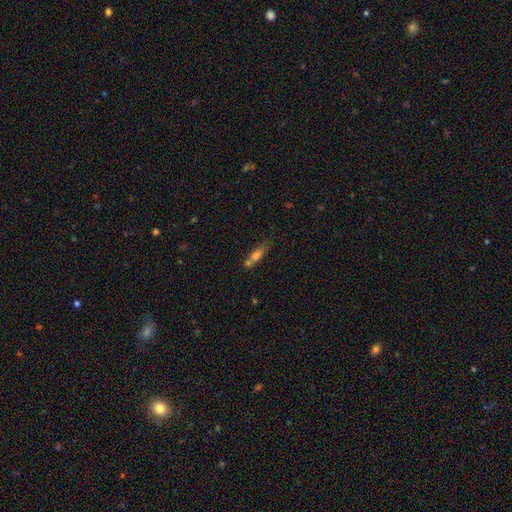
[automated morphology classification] Smooth or featured?
  - smooth: 59% *
  - featured or disk: 26%
  - star or artifact: 15%
How rounded?
  - cigar-shaped: 52% *
  - in between: 42%
  - round: 6%
Merging?
  - none: 51% *
  - merger: 26%
  - minor disturbance: 16%
  - major disturbance: 7%